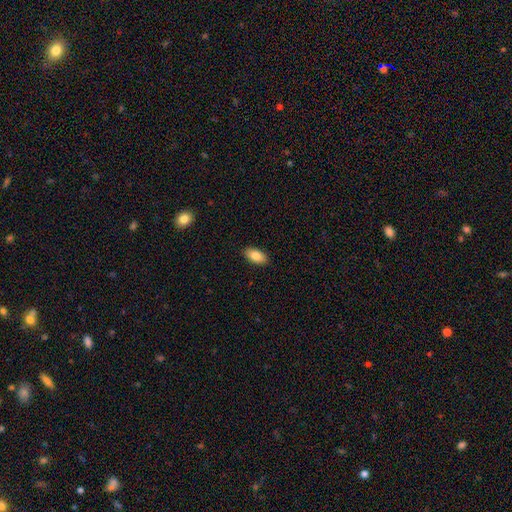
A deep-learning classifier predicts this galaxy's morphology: Smooth or featured? smooth (85%)
How rounded? in between (93%)
Merging? none (89%)